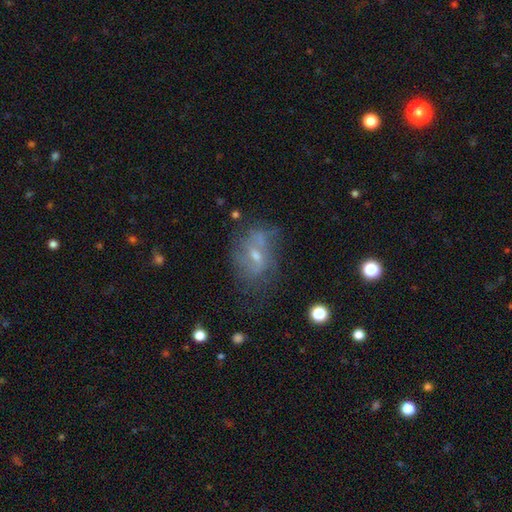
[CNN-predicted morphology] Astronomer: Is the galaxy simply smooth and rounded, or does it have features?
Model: featured or disk — 58%.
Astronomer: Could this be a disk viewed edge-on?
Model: no — 95%.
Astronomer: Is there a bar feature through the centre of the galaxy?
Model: no — 48% (runner-up: weak, 42%).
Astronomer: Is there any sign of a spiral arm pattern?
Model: yes — 53% (runner-up: no, 47%).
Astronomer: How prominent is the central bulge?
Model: small — 49% (runner-up: moderate, 43%).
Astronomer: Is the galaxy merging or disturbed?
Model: none — 49% (runner-up: minor disturbance, 24%).